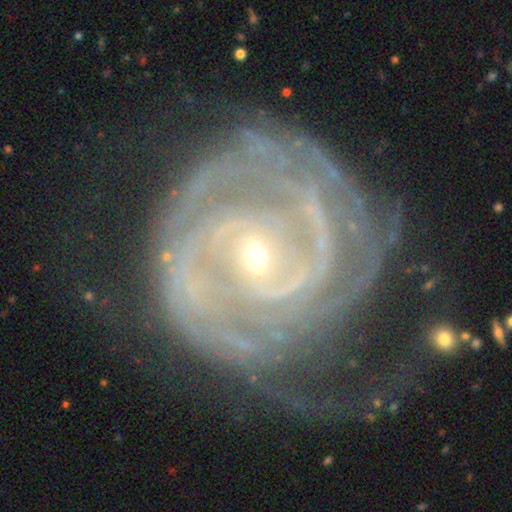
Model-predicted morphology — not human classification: Smooth or featured: featured or disk — 90% (star or artifact — 6%)
Edge-on disk: no — 97% (yes — 3%)
Bar: no — 44% (weak — 36%)
Spiral arms: yes — 97% (no — 3%)
Spiral winding: tight — 71% (medium — 24%)
Spiral arm count: 2 — 40% (can't tell — 23%)
Bulge size: small — 82% (moderate — 14%)
Merging: none — 49% (major disturbance — 26%)